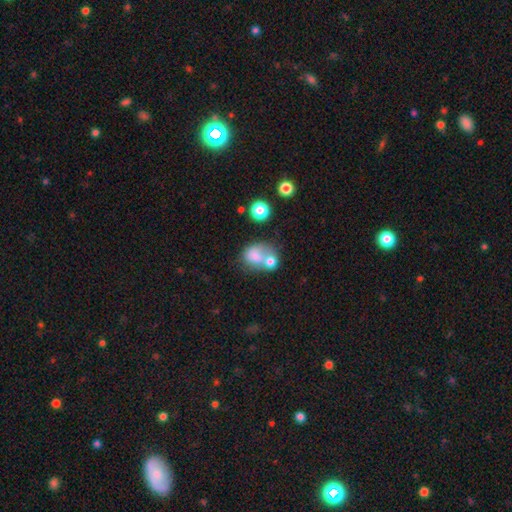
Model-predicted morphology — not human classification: This is likely a smooth galaxy (69%). How rounded: possibly in between (52%). Merging: possibly merger (54%).